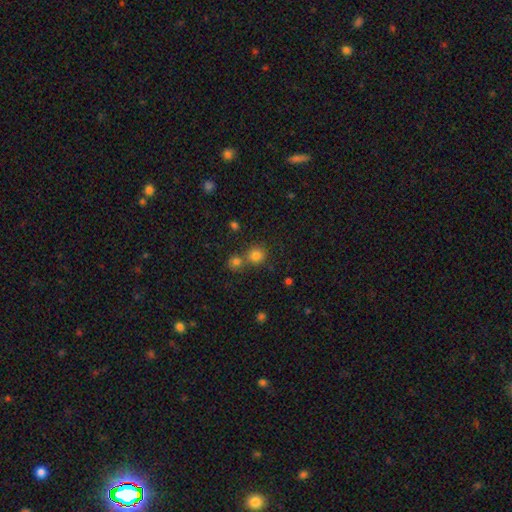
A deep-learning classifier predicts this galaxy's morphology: A smooth galaxy with no disk features (79%) that is round (87%). Merging: none (59%).